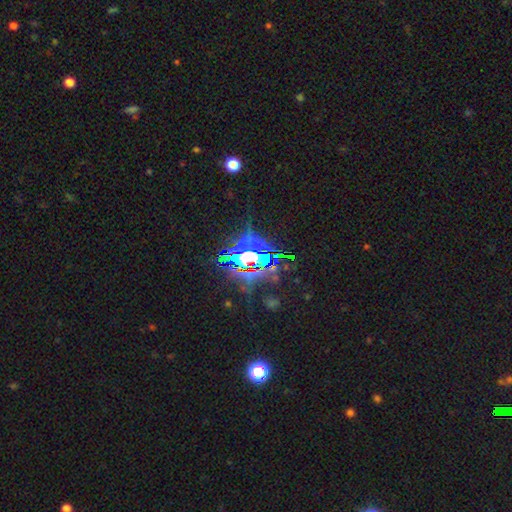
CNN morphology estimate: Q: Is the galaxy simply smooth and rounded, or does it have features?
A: star or artifact — 77%.